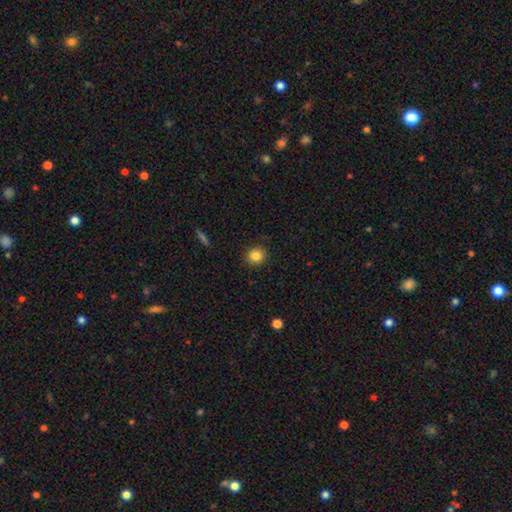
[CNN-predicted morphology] type=smooth (84%); roundness=round (91%); merging=none (89%).